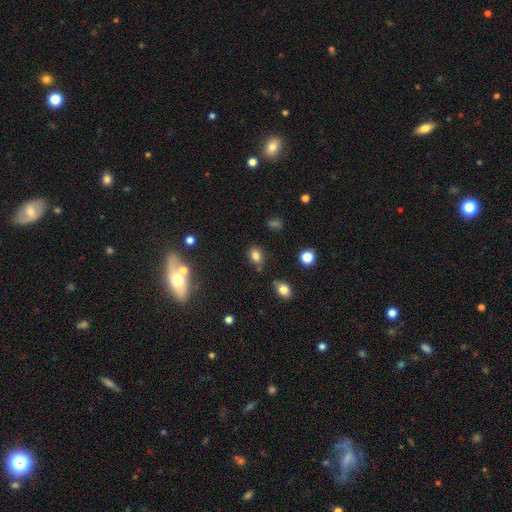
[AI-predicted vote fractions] Morphology: type=smooth (79%); roundness=in between (65%); merging=none (72%).